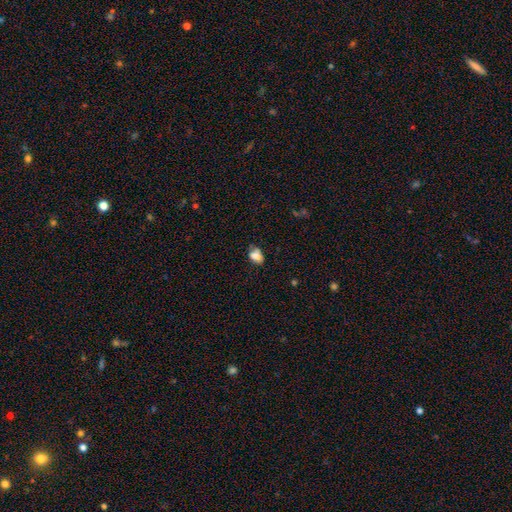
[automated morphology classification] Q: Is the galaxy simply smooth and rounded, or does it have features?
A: smooth — 80%.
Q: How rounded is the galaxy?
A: in between — 81%.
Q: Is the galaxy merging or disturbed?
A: none — 59%.